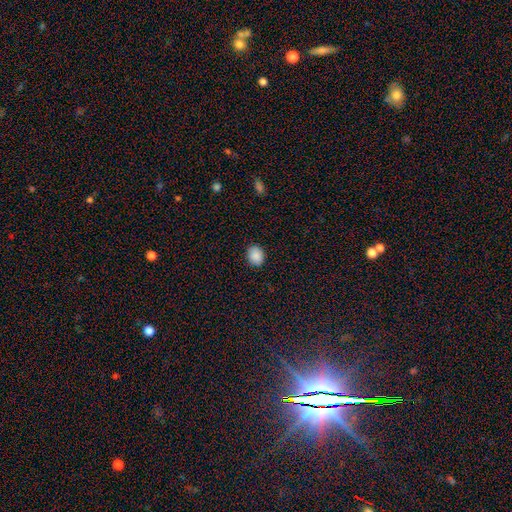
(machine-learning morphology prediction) The model was most divided on "how rounded": in between: 58%, round: 41%, cigar-shaped: 1%. More confident: smooth or featured — smooth (89%); merging — none (88%).